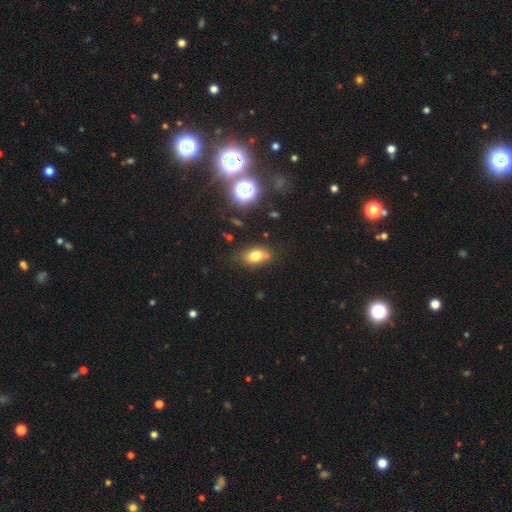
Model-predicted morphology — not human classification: type=smooth (74%); roundness=in between (80%); merging=none (73%).